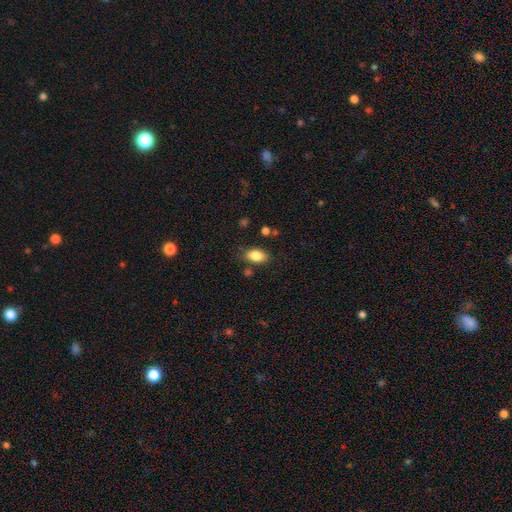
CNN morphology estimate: Smooth or featured? Predicted: smooth (p=0.83). How rounded? Predicted: in between (p=0.88). Merging? Predicted: none (p=0.79).